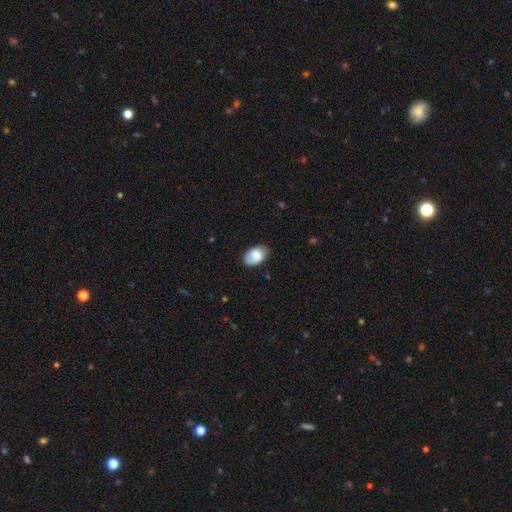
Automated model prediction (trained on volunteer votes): Overall: smooth (84%). How rounded: in between (90%). Merging: none (74%).